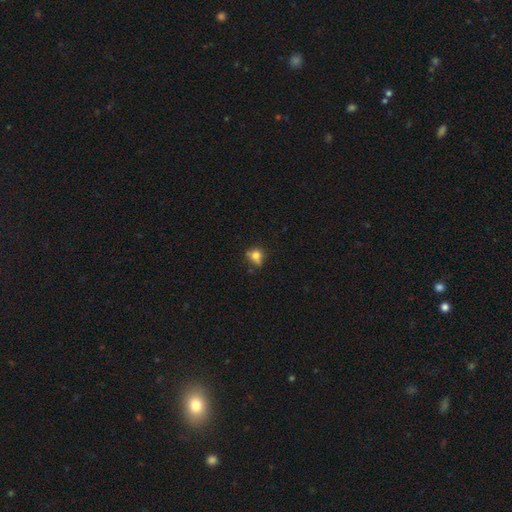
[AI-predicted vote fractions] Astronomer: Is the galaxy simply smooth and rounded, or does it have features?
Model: smooth — 72%.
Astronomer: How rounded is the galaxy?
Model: round — 68%.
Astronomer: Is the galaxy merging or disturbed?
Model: none — 52% (runner-up: minor disturbance, 28%).